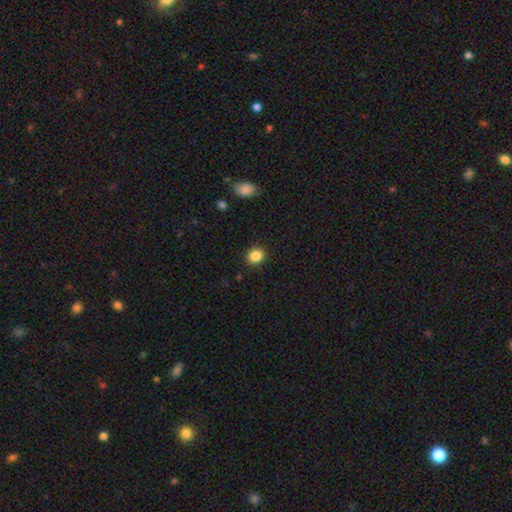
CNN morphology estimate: smooth-or-featured: smooth: 85% | star or artifact: 10% | featured or disk: 5%
  how-rounded: round: 74% | in between: 25% | cigar-shaped: 1%
  merging: none: 90% | minor disturbance: 7% | major disturbance: 2% | merger: 1%